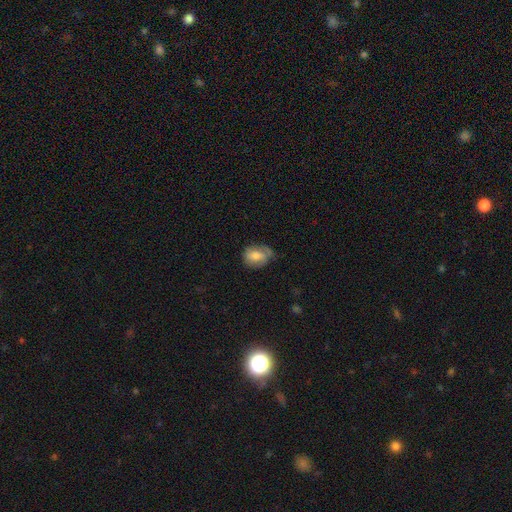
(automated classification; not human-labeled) Smooth or featured? Predicted: smooth (p=0.60). How rounded? Predicted: in between (p=0.55). Merging? Predicted: none (p=0.47).